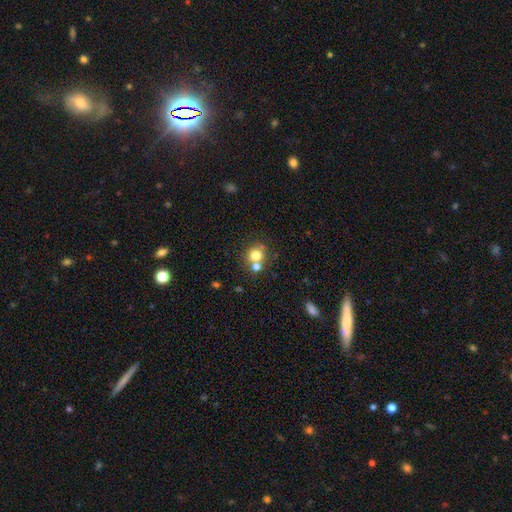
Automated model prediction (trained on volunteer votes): smooth_or_featured: smooth (p=0.73) [alt: star or artifact p=0.14]
how_rounded: round (p=0.84) [alt: in between p=0.15]
merging: none (p=0.53) [alt: merger p=0.35]